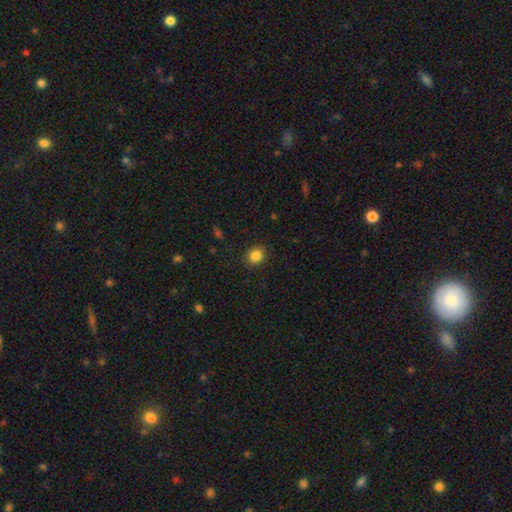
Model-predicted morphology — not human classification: Smooth or featured: smooth — 85% (star or artifact — 10%)
How rounded: round — 73% (in between — 26%)
Merging: none — 90% (minor disturbance — 7%)